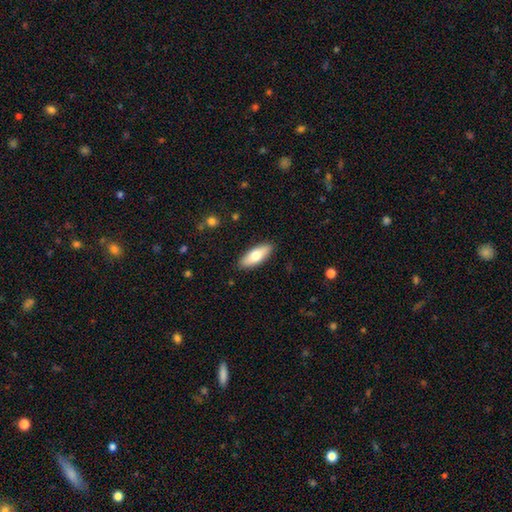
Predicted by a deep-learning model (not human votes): This appears to be a smooth galaxy with no disk features (72%) that is in between round and cigar-shaped (72%). Merging: none (89%).